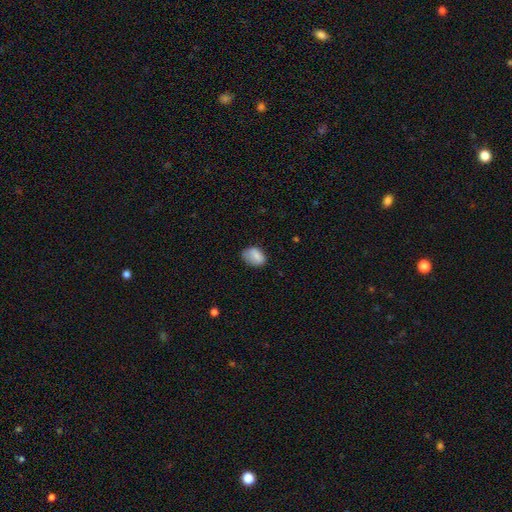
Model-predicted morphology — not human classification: Q: Smooth or featured?
A: smooth (82%); runner-up: featured or disk (10%)
Q: How rounded?
A: in between (83%); runner-up: round (16%)
Q: Merging?
A: none (63%); runner-up: minor disturbance (28%)